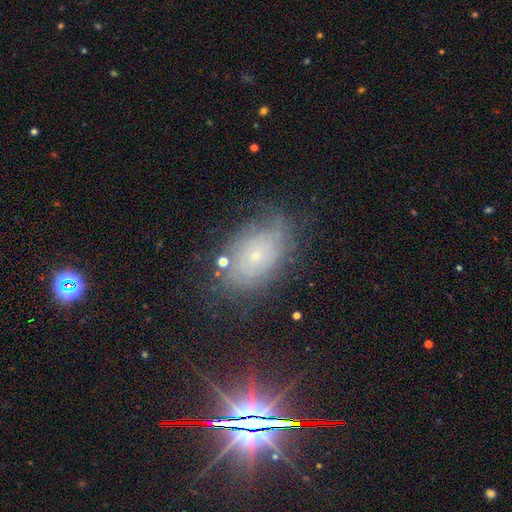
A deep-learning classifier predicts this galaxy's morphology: smooth-or-featured: featured or disk: 55% | smooth: 25% | star or artifact: 20%
  disk-edge-on: no: 92% | yes: 8%
    bar: no: 84% | weak: 13% | strong: 3%
    has-spiral-arms: yes: 74% | no: 26%
    bulge-size: small: 81% | moderate: 14% | none: 3% | large: 1% | dominant: 1%
  merging: none: 67% | minor disturbance: 21% | major disturbance: 10% | merger: 3%